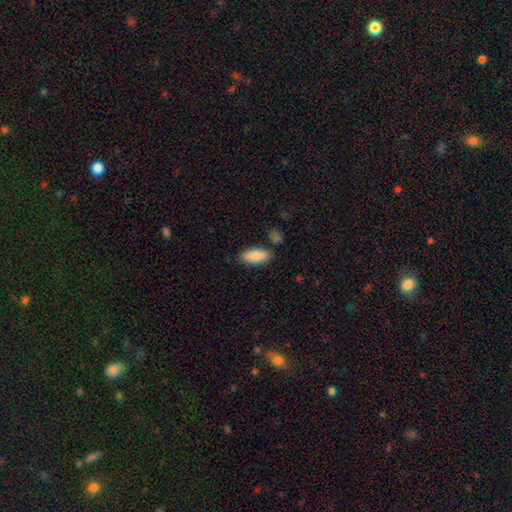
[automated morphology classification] type=smooth (86%); roundness=in between (85%); merging=none (80%).